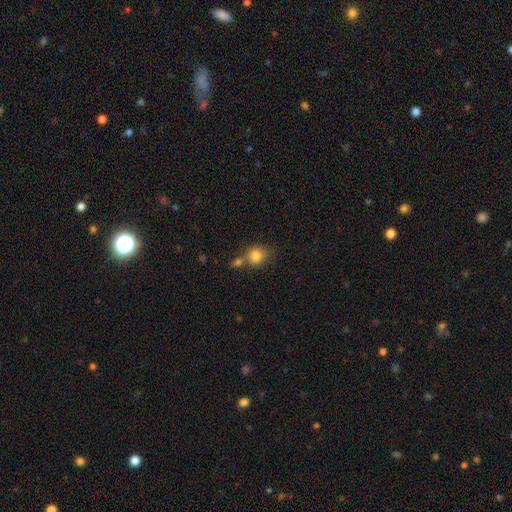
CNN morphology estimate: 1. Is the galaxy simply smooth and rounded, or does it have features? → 82% smooth, 10% star or artifact, 8% featured or disk.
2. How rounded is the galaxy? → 73% round, 26% in between, 1% cigar-shaped.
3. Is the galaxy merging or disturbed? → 50% none, 30% merger, 14% minor disturbance, 6% major disturbance.